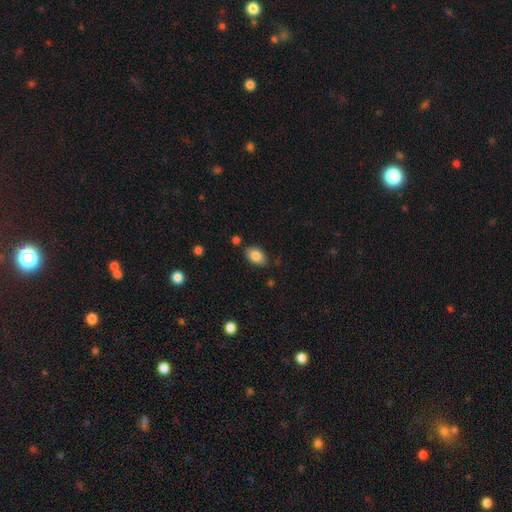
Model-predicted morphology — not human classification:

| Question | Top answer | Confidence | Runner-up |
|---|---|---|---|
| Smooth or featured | smooth | 85% | star or artifact (8%) |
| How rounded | in between | 86% | round (13%) |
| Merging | none | 81% | minor disturbance (13%) |